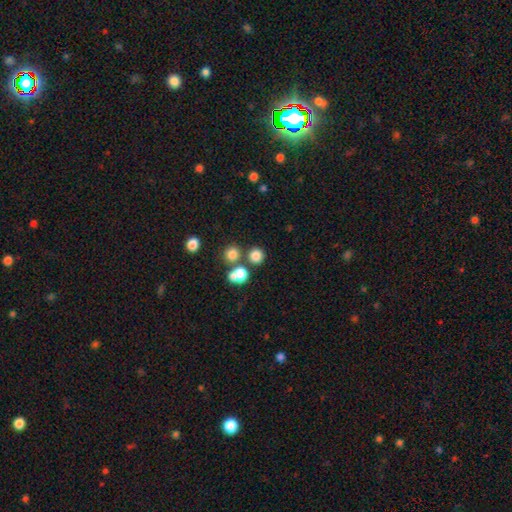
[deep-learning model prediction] Overall: smooth (78%). How rounded: round (90%). Merging: none (71%).